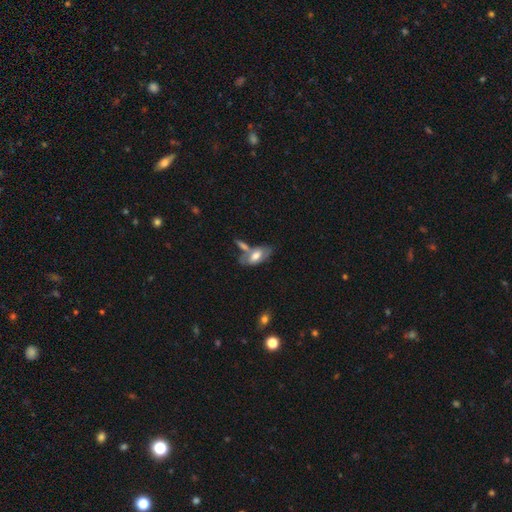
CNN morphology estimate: Smooth or featured? smooth (62%)
How rounded? in between (88%)
Merging? none (44%)